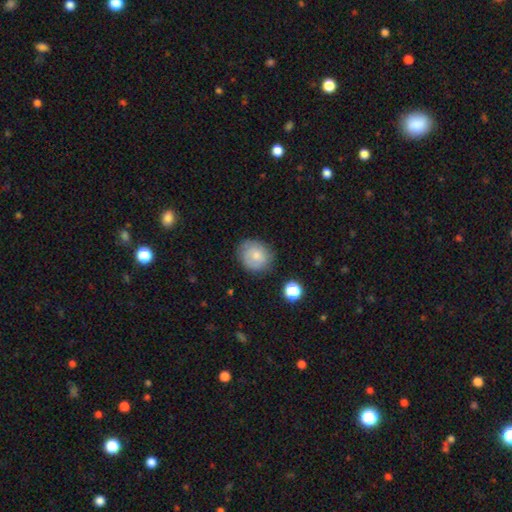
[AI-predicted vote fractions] Smooth or featured?
  - smooth: 64% *
  - featured or disk: 27%
  - star or artifact: 9%
How rounded?
  - round: 74% *
  - in between: 25%
  - cigar-shaped: 1%
Merging?
  - none: 72% *
  - minor disturbance: 20%
  - major disturbance: 5%
  - merger: 2%